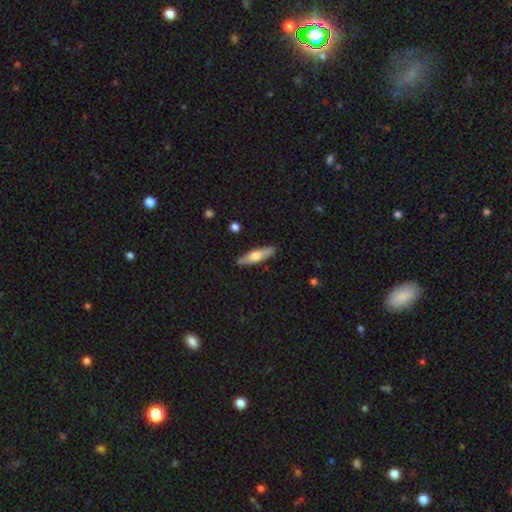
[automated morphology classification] The model was most divided on "smooth or featured": smooth: 57%, featured or disk: 38%, star or artifact: 6%. More confident: merging — none (86%); how rounded — cigar-shaped (68%).